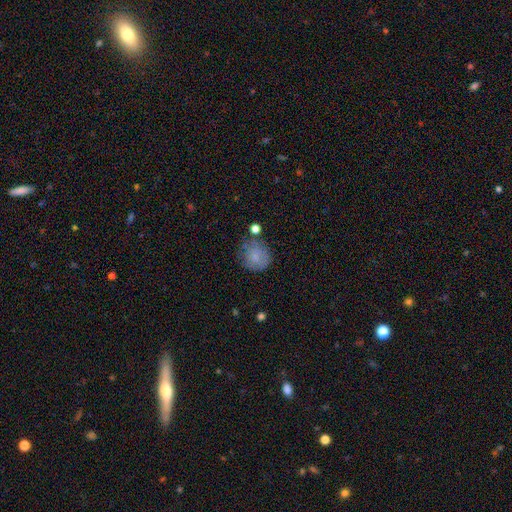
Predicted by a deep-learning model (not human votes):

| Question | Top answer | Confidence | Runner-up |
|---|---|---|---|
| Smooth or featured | smooth | 75% | featured or disk (16%) |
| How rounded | round | 86% | in between (13%) |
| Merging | none | 62% | minor disturbance (22%) |